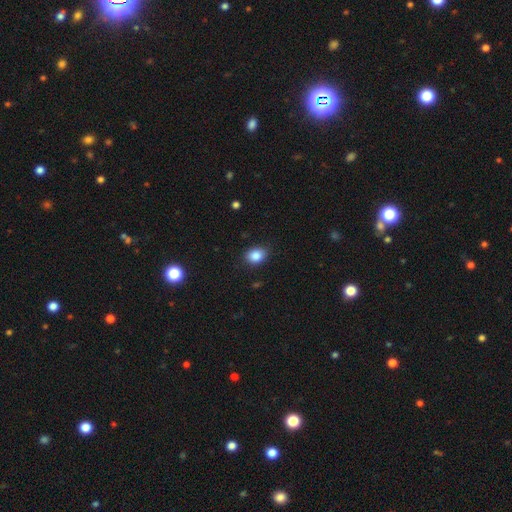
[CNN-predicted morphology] Q: Smooth or featured?
A: smooth (86%); runner-up: star or artifact (9%)
Q: How rounded?
A: in between (56%); runner-up: round (43%)
Q: Merging?
A: none (83%); runner-up: minor disturbance (13%)